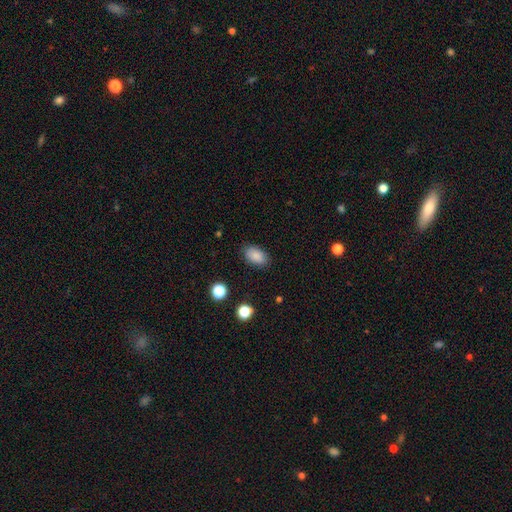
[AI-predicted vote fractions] Overall: smooth (87%). How rounded: in between (91%). Merging: none (85%).